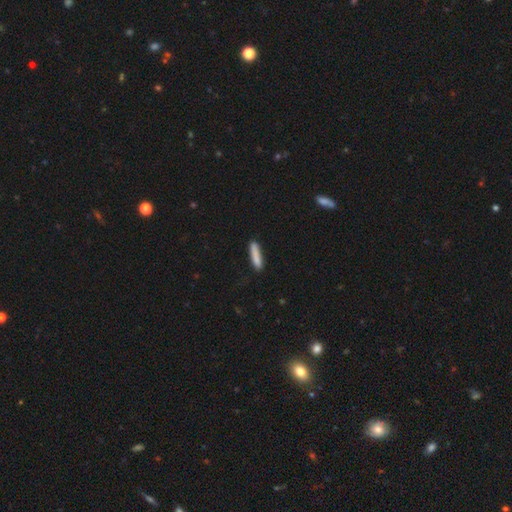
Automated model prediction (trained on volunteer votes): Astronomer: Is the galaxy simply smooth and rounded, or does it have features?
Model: smooth — 86%.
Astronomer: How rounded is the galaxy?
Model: cigar-shaped — 88%.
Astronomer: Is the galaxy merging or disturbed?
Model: none — 84%.